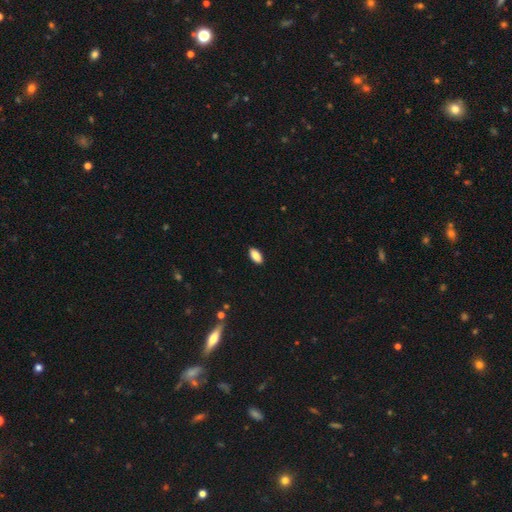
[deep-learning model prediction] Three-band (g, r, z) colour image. It shows a smooth galaxy with no disk features (88%) that is in between round and cigar-shaped (91%). Merging: none (89%).